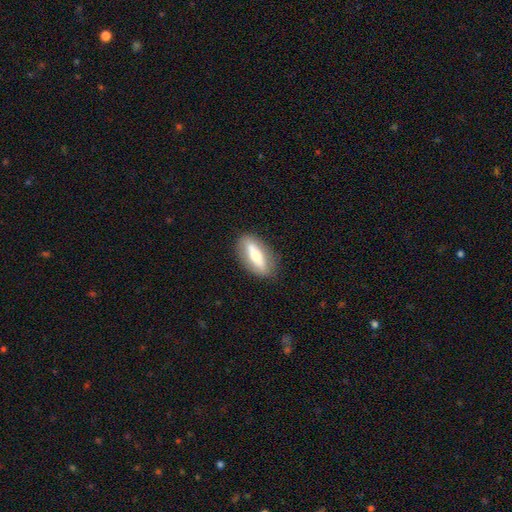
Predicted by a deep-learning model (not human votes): smooth 57%, featured or disk 37%, star or artifact 7%. Down the decision tree: how rounded — in between (64%); merging — none (84%).